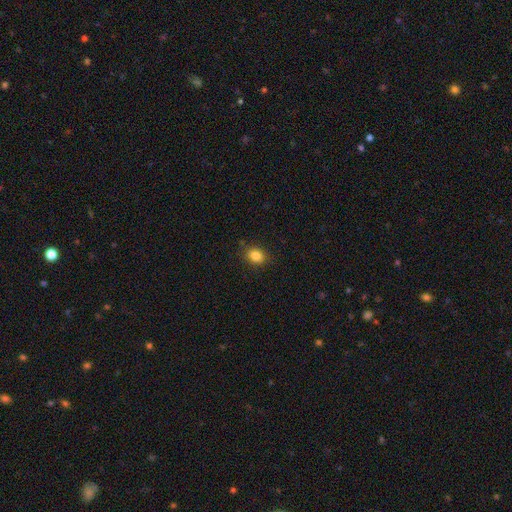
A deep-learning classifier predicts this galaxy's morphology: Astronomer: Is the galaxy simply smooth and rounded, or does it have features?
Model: smooth — 84%.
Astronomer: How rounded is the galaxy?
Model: in between — 53% (runner-up: round, 45%).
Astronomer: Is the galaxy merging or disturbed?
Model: none — 85%.